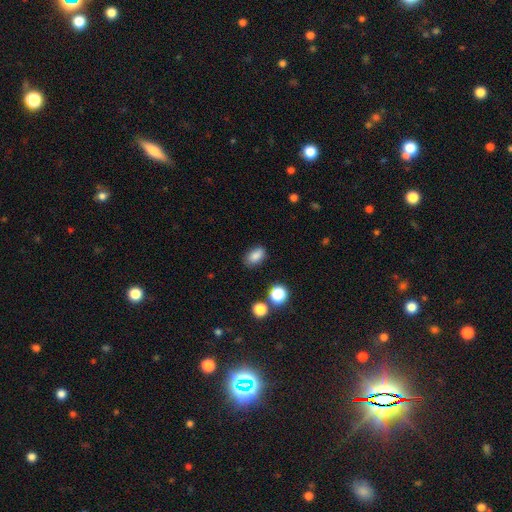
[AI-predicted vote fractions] This appears to be a smooth galaxy with no disk features (85%) that is in between round and cigar-shaped (88%). Merging: none (81%).